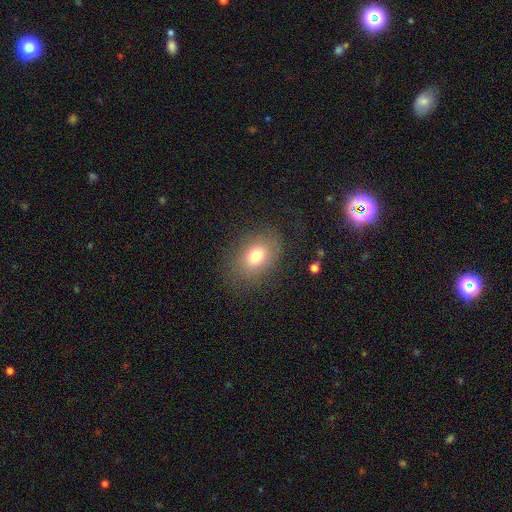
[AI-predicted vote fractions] Smooth or featured? smooth (73%)
How rounded? in between (71%)
Merging? none (75%)